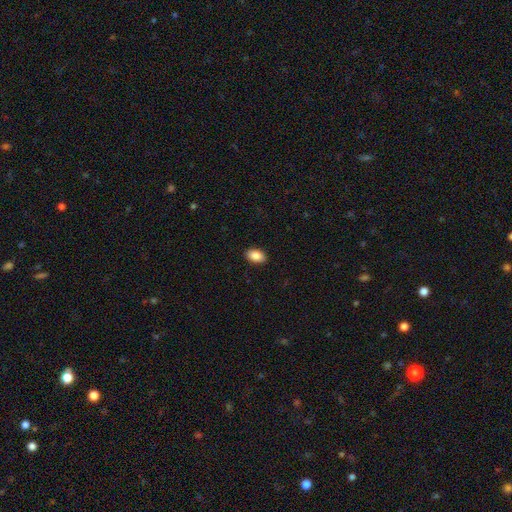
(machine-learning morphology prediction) The model was most divided on "smooth or featured": smooth: 89%, star or artifact: 7%, featured or disk: 4%. More confident: how rounded — in between (91%); merging — none (90%).